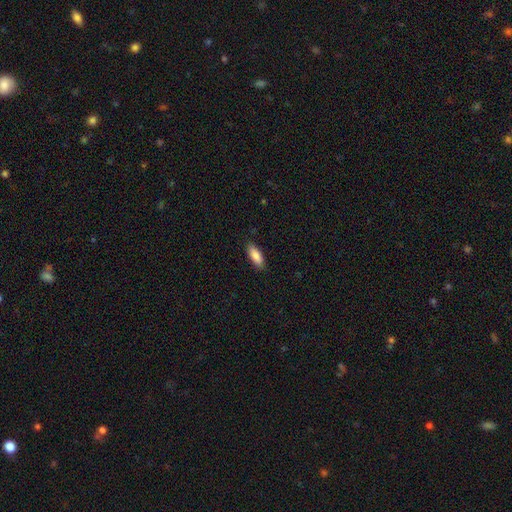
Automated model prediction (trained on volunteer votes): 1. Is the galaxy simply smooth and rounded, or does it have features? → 86% smooth, 8% featured or disk, 6% star or artifact.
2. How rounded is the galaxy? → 68% in between, 30% cigar-shaped, 2% round.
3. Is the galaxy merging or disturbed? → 87% none, 10% minor disturbance, 2% major disturbance, 1% merger.